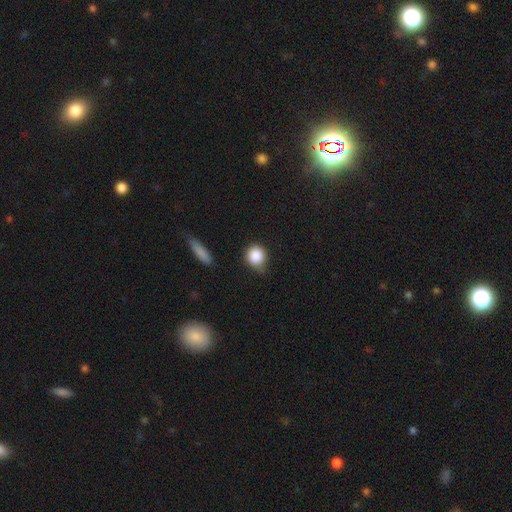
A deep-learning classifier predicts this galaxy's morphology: smooth-or-featured: smooth: 87% | star or artifact: 8% | featured or disk: 4%
  how-rounded: round: 85% | in between: 14% | cigar-shaped: 1%
  merging: none: 69% | minor disturbance: 24% | major disturbance: 5% | merger: 3%